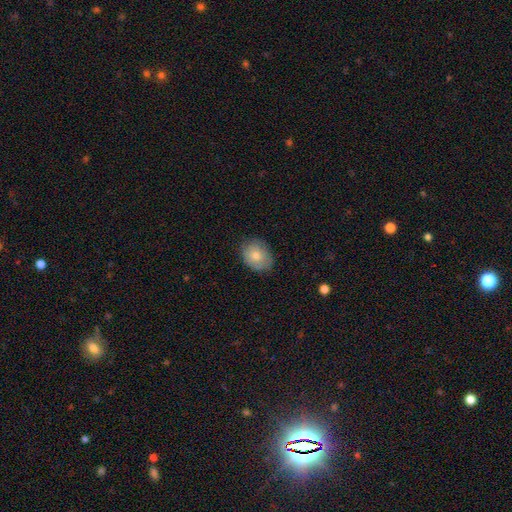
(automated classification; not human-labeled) smooth-or-featured: smooth: 75% | featured or disk: 18% | star or artifact: 7%
  how-rounded: in between: 51% | round: 48% | cigar-shaped: 1%
  merging: none: 76% | minor disturbance: 19% | major disturbance: 4% | merger: 1%